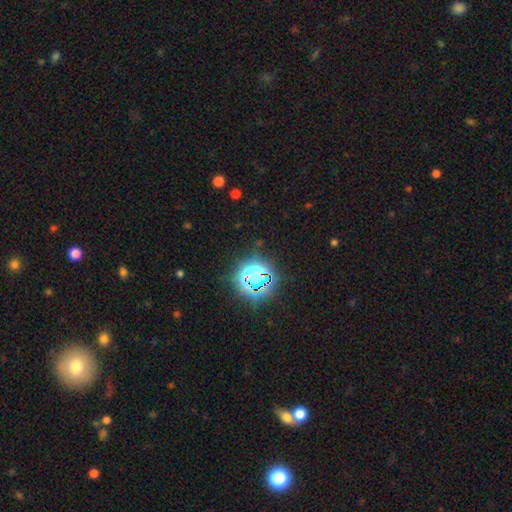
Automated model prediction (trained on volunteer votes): Overall: star or artifact (71%).